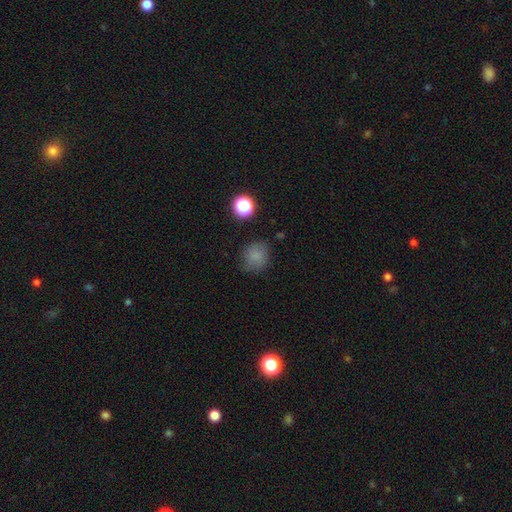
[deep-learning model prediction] The model was most divided on "merging": none: 76%, minor disturbance: 17%, major disturbance: 5%, merger: 2%. More confident: how rounded — round (82%); smooth or featured — smooth (80%).